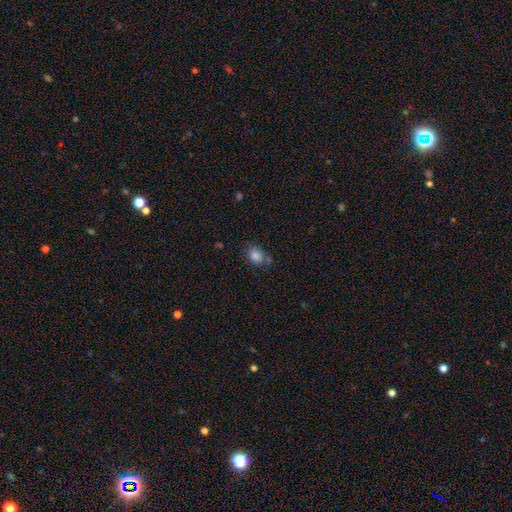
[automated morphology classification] This is clearly a smooth galaxy (83%). How rounded: possibly in between (57%). Merging: likely none (69%).